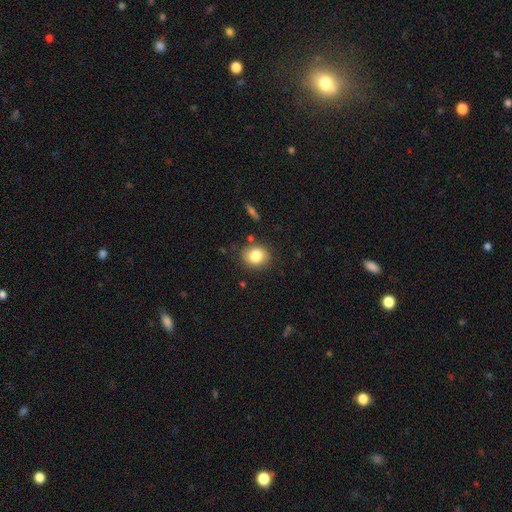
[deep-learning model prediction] Smooth or featured? Predicted: smooth (p=0.81). How rounded? Predicted: round (p=0.66). Merging? Predicted: none (p=0.83).